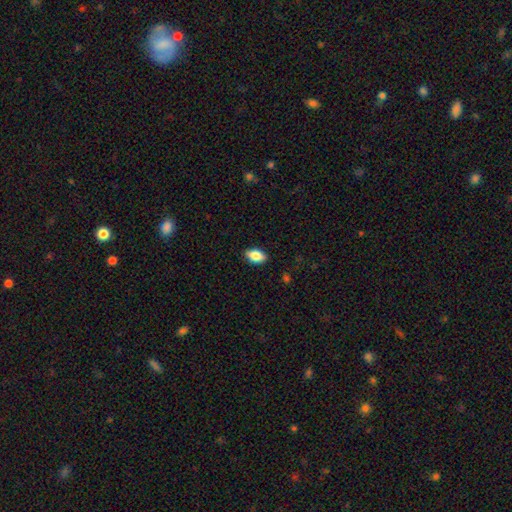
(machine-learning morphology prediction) Smooth or featured: smooth — 83% (featured or disk — 9%)
How rounded: in between — 90% (round — 6%)
Merging: none — 86% (minor disturbance — 11%)